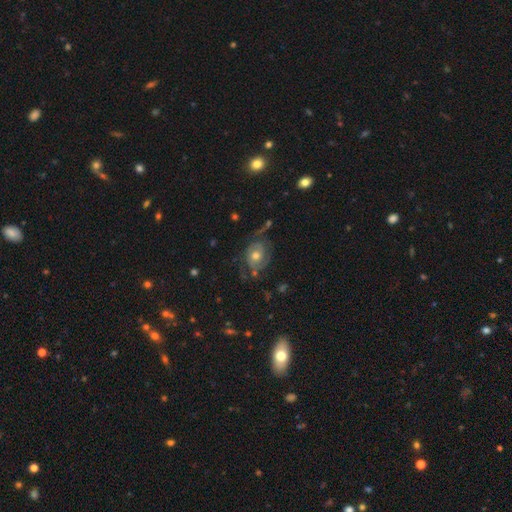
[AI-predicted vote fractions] The model was most divided on "spiral winding": tight: 45%, medium: 38%, loose: 17%. More confident: edge-on disk — no (97%); spiral arms — yes (86%); bar — no (75%); smooth or featured — featured or disk (72%); bulge size — moderate (69%); spiral arm count — 2 (63%); merging — none (59%).